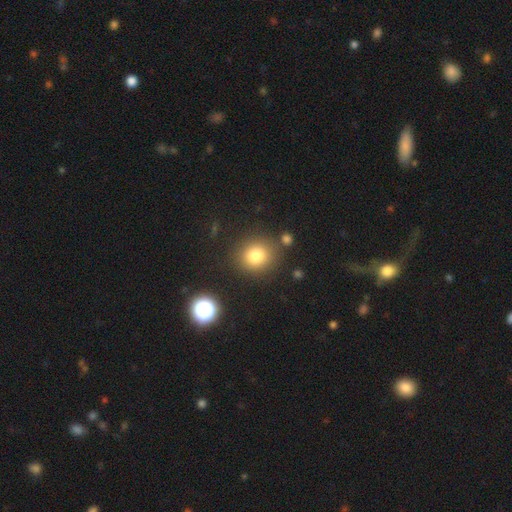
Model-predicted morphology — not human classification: Smooth or featured: smooth — 80% (star or artifact — 13%)
How rounded: round — 84% (in between — 15%)
Merging: none — 83% (minor disturbance — 9%)